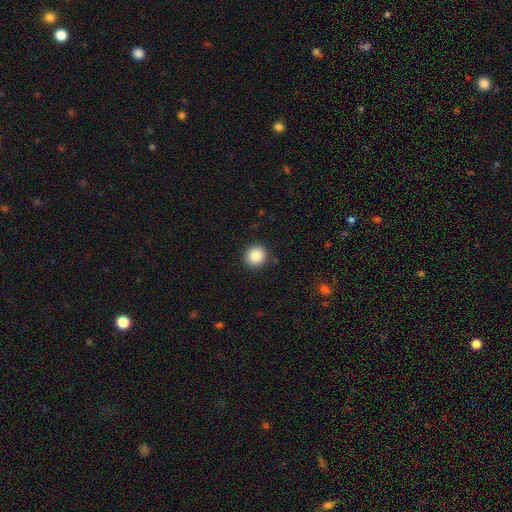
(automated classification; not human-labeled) Smooth or featured?
  - smooth: 88% *
  - star or artifact: 9%
  - featured or disk: 3%
How rounded?
  - round: 90% *
  - in between: 9%
  - cigar-shaped: 1%
Merging?
  - none: 90% *
  - minor disturbance: 7%
  - major disturbance: 2%
  - merger: 1%